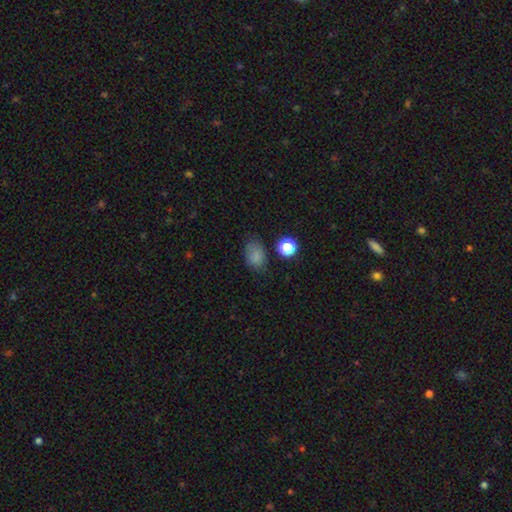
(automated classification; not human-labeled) This is likely a smooth galaxy (78%). How rounded: likely in between (76%). Merging: likely none (66%).